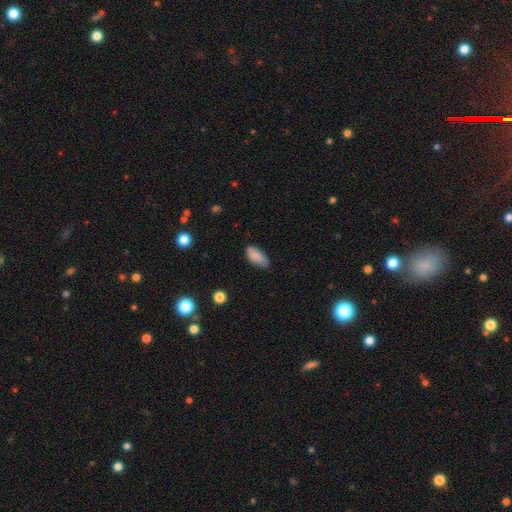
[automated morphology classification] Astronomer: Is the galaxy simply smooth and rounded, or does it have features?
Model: smooth — 87%.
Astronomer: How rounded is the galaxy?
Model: in between — 87%.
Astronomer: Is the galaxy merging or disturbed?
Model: none — 74%.